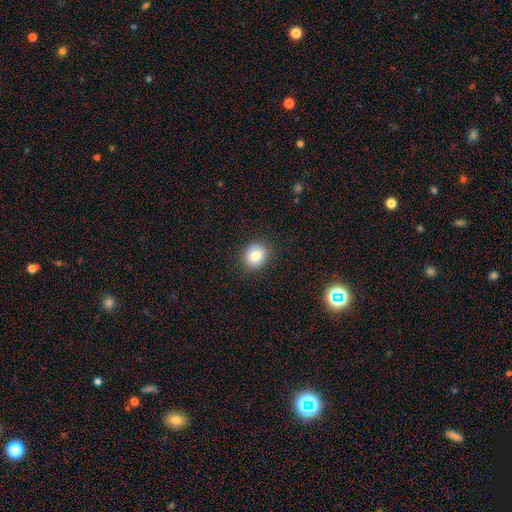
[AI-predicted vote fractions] Smooth or featured? smooth (79%)
How rounded? round (74%)
Merging? none (89%)